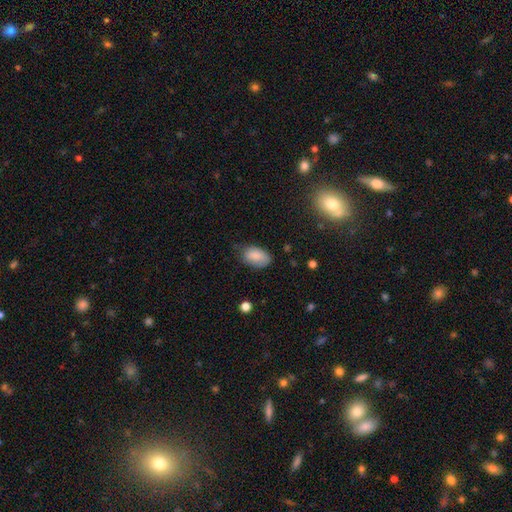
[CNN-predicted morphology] Smooth or featured? Predicted: smooth (p=0.84). How rounded? Predicted: in between (p=0.92). Merging? Predicted: none (p=0.60).